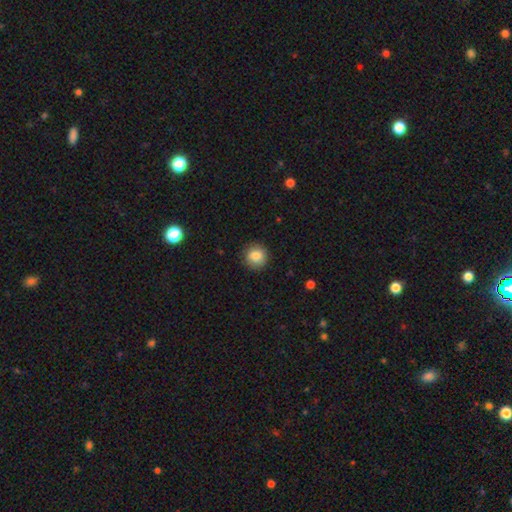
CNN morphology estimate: The model was most divided on "smooth or featured": smooth: 85%, star or artifact: 9%, featured or disk: 6%. More confident: how rounded — round (93%); merging — none (90%).